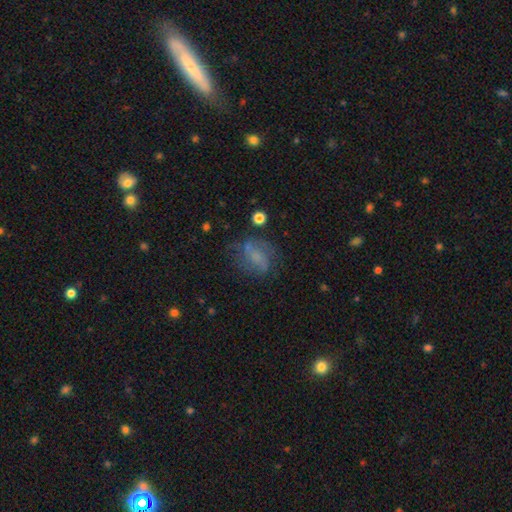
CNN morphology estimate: A featured or disk galaxy (45%). Merging: none (55%).